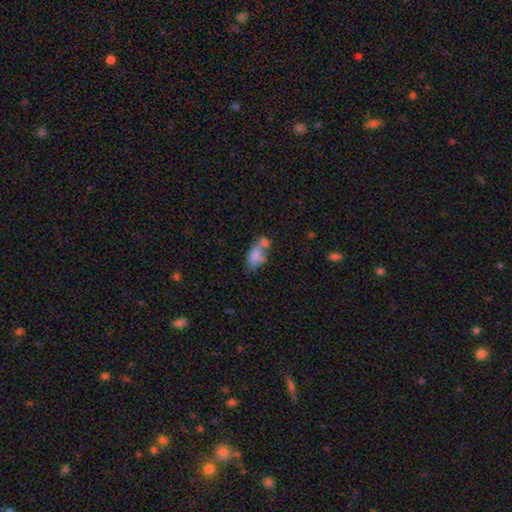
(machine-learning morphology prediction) Overall: smooth (78%). How rounded: in between (88%). Merging: merger (51%; none 28%).